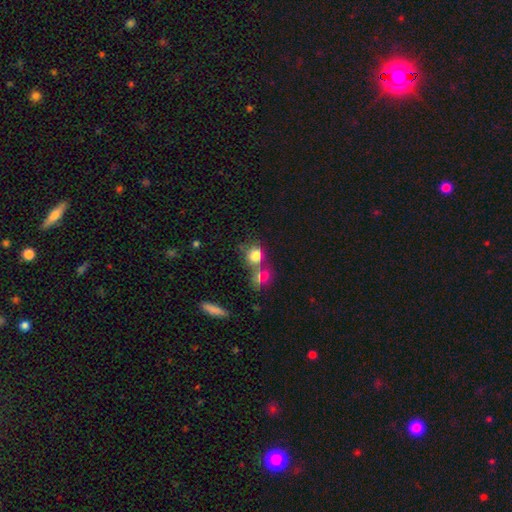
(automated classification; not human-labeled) Smooth or featured: smooth — 72% (star or artifact — 16%)
How rounded: round — 68% (in between — 29%)
Merging: none — 49% (merger — 31%)